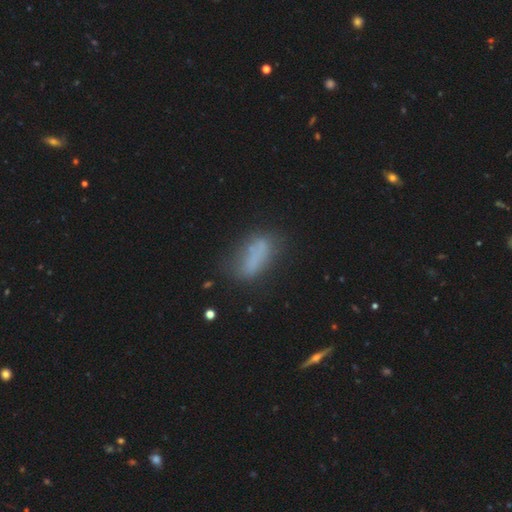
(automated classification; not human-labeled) A smooth galaxy with no disk features (63%) that is in between round and cigar-shaped (67%).

Vote fractions:
- Smooth or featured? smooth: 63% / featured or disk: 23% / star or artifact: 14%
- How rounded? in between: 67% / cigar-shaped: 29% / round: 4%
- Merging? none: 52% / minor disturbance: 24% / major disturbance: 15% / merger: 9%